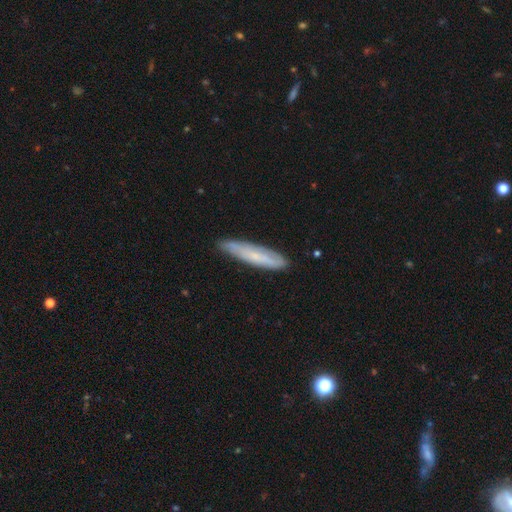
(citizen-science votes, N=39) A smooth galaxy with no disk features (54%) that is cigar-shaped (95%).

Vote fractions:
- Smooth or featured? smooth: 54% / featured or disk: 44% / star or artifact: 3%
- How rounded? cigar-shaped: 95% / in between: 5% / round: 0%
- Merging? none: 84% / minor disturbance: 13% / major disturbance: 3% / merger: 0%